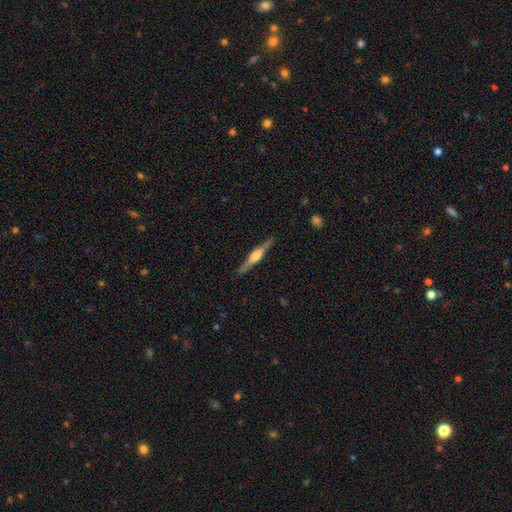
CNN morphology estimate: This appears to be a featured or disk galaxy (72%) viewed edge-on (98%) with a rounded central bulge (78%). Merging: none (89%).